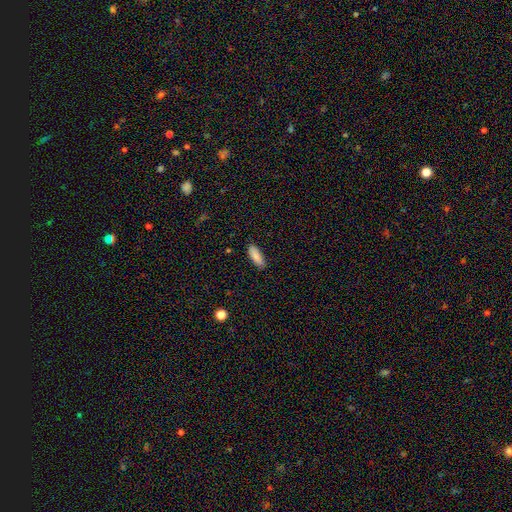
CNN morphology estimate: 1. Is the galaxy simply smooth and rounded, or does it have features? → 88% smooth, 6% star or artifact, 5% featured or disk.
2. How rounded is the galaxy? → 68% in between, 30% cigar-shaped, 2% round.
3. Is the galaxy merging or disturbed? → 86% none, 10% minor disturbance, 2% major disturbance, 1% merger.